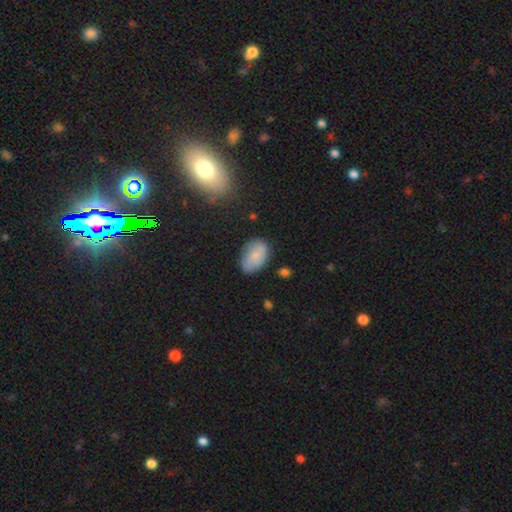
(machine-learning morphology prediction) Smooth or featured?
  - smooth: 72% *
  - featured or disk: 19%
  - star or artifact: 8%
How rounded?
  - in between: 89% *
  - round: 10%
  - cigar-shaped: 1%
Merging?
  - none: 72% *
  - minor disturbance: 21%
  - major disturbance: 5%
  - merger: 2%